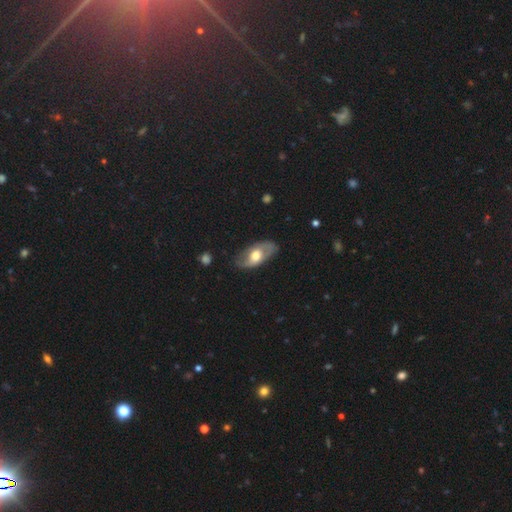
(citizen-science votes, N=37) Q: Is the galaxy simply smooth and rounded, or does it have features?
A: featured or disk — 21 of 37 (57%).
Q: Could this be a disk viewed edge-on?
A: no — 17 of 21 (81%).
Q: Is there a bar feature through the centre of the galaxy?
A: no — 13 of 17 (76%).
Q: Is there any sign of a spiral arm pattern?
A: no — 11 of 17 (65%).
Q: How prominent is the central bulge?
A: moderate — 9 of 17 (53%).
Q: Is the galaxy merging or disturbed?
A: none — 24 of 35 (69%).